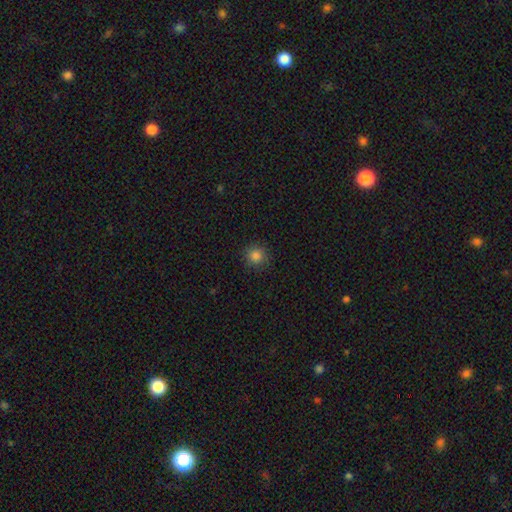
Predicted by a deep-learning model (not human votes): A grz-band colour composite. It shows a smooth galaxy with no disk features (83%) that is round (94%). Merging: none (90%).